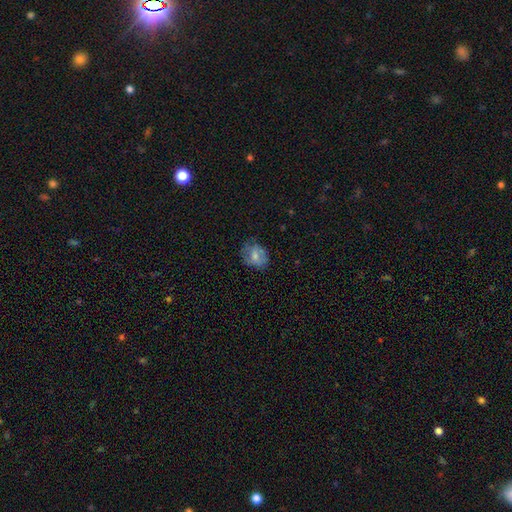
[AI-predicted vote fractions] Smooth or featured? smooth (62%)
How rounded? in between (56%)
Merging? none (59%)